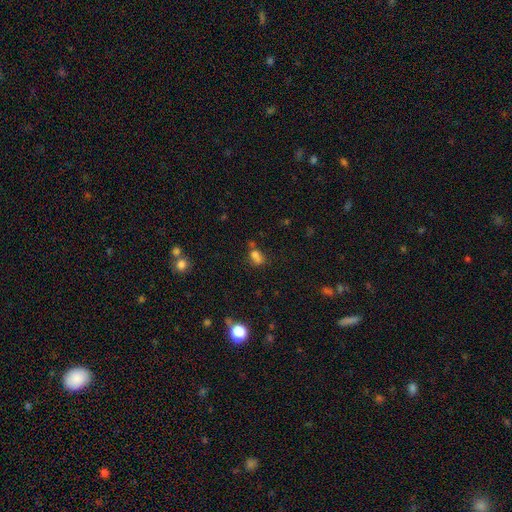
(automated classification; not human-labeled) Q: Smooth or featured?
A: smooth (68%); runner-up: star or artifact (19%)
Q: How rounded?
A: in between (60%); runner-up: round (37%)
Q: Merging?
A: none (39%); runner-up: merger (36%)